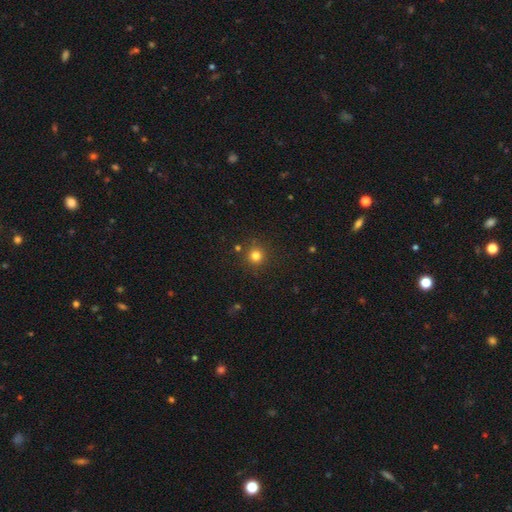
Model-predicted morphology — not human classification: Smooth or featured? Predicted: smooth (p=0.79). How rounded? Predicted: round (p=0.95). Merging? Predicted: none (p=0.87).